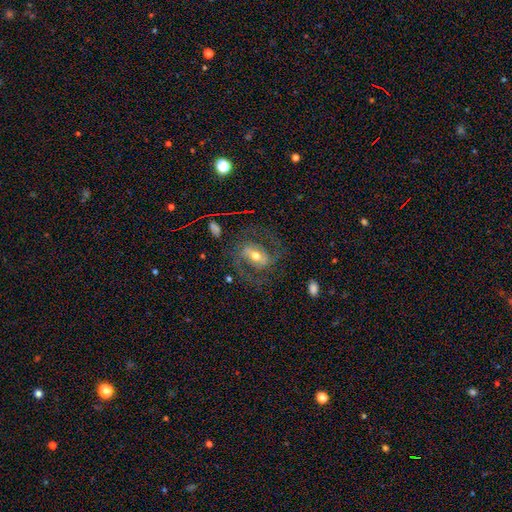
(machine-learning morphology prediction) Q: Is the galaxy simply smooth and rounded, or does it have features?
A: featured or disk — 80%.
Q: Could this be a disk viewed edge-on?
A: no — 96%.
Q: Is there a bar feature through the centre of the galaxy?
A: strong — 41%.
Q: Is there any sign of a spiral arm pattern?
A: yes — 90%.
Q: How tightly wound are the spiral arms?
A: medium — 58%.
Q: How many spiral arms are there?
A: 2 — 89%.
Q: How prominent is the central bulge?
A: moderate — 62%.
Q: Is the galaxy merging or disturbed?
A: none — 72%.